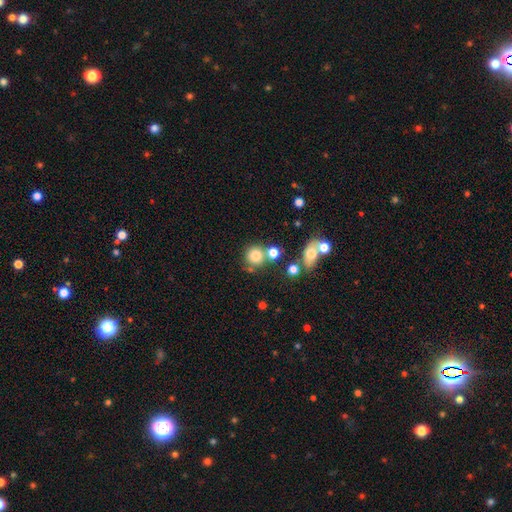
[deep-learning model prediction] The model was most divided on "merging": none: 64%, merger: 21%, minor disturbance: 10%, major disturbance: 4%. More confident: how rounded — round (88%); smooth or featured — smooth (78%).